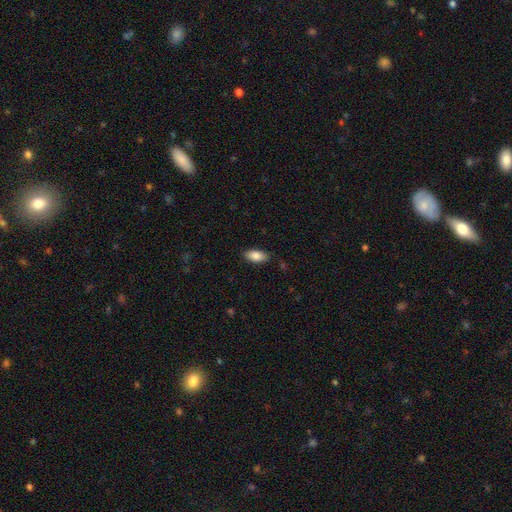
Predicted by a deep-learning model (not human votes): Smooth or featured? smooth (85%)
How rounded? in between (90%)
Merging? none (86%)